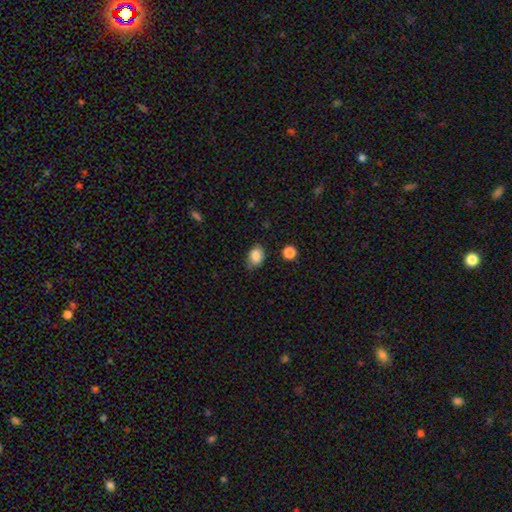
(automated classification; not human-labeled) Smooth or featured? Predicted: smooth (p=0.86). How rounded? Predicted: in between (p=0.73). Merging? Predicted: none (p=0.70).